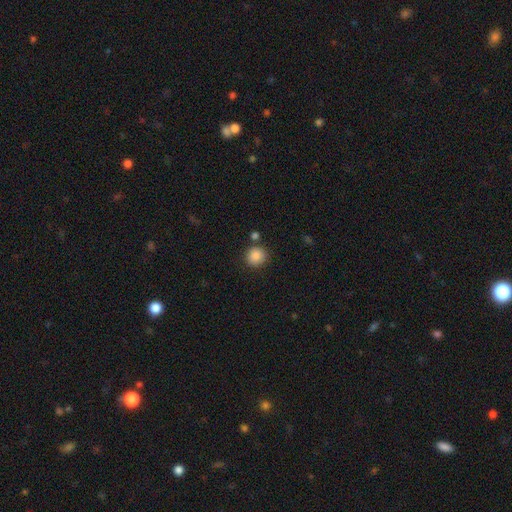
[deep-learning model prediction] Morphology: type=smooth (88%); roundness=round (89%); merging=none (81%).